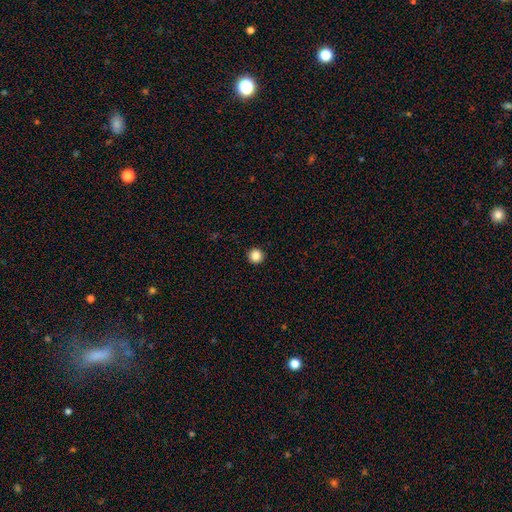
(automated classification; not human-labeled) smooth-or-featured: smooth: 86% | star or artifact: 10% | featured or disk: 3%
  how-rounded: round: 96% | in between: 3% | cigar-shaped: 1%
  merging: none: 94% | minor disturbance: 4% | major disturbance: 1% | merger: 1%